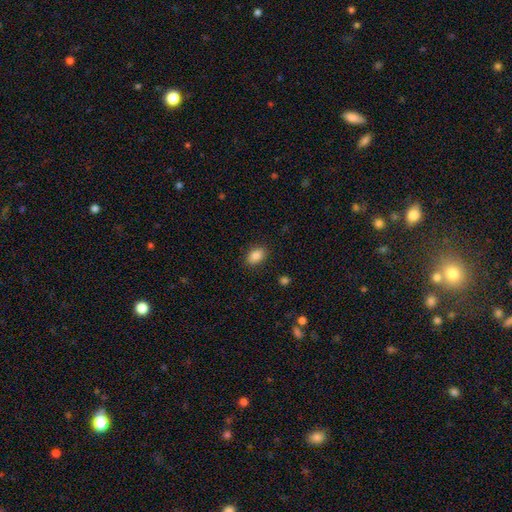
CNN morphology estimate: Smooth or featured? smooth (85%)
How rounded? in between (83%)
Merging? none (87%)